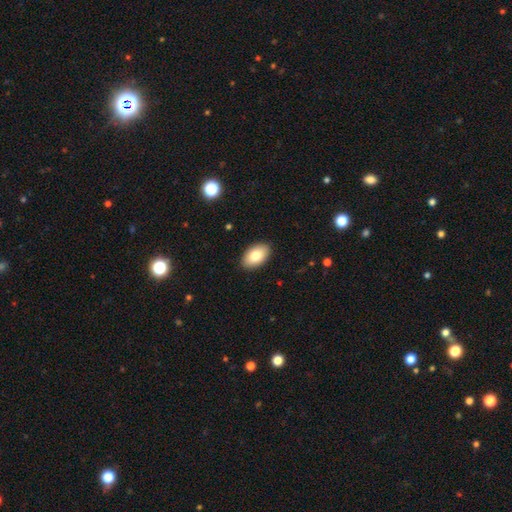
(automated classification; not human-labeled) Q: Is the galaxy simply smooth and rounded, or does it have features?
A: smooth — 82%.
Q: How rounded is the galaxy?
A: in between — 94%.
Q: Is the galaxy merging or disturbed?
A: none — 90%.